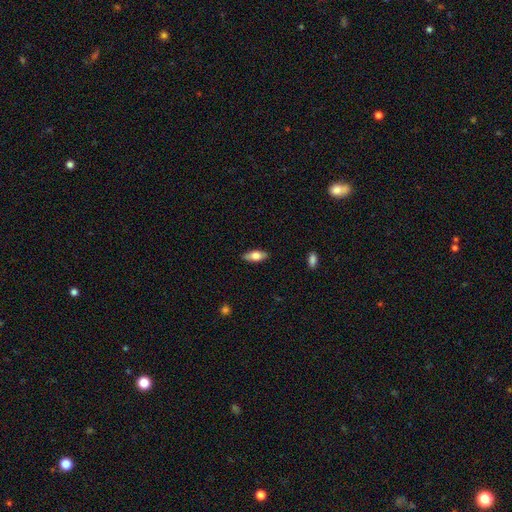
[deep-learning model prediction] Smooth or featured? Predicted: smooth (p=0.72). How rounded? Predicted: in between (p=0.81). Merging? Predicted: none (p=0.87).